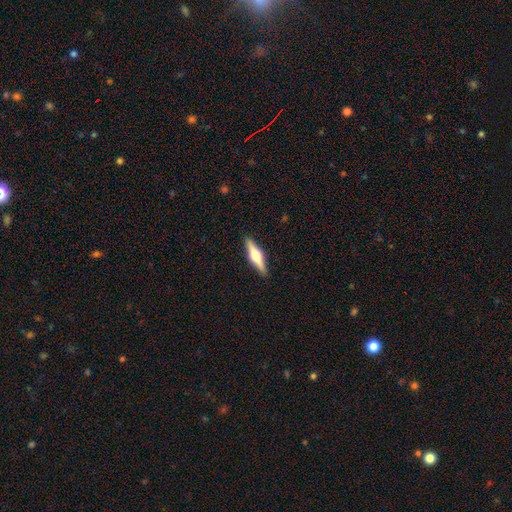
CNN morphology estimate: Q: Smooth or featured?
A: featured or disk (62%); runner-up: smooth (32%)
Q: Edge-on disk?
A: yes (97%); runner-up: no (3%)
Q: Edge-on bulge?
A: rounded (93%); runner-up: boxy (5%)
Q: Merging?
A: none (91%); runner-up: minor disturbance (7%)